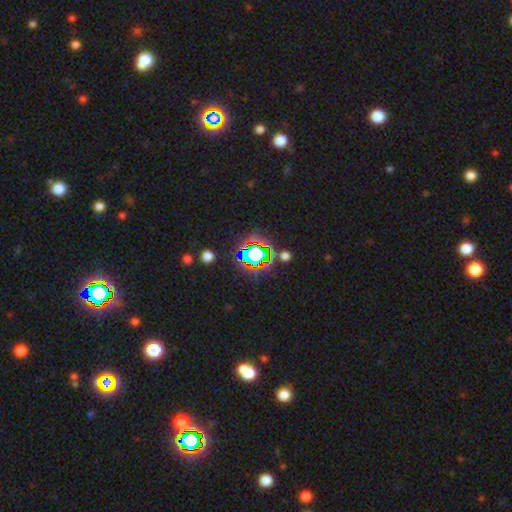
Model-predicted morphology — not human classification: Overall: star or artifact (67%).